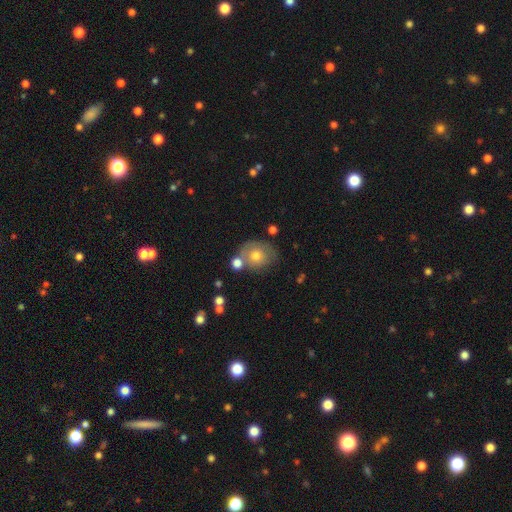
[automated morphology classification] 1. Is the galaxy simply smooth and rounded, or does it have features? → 63% smooth, 28% featured or disk, 9% star or artifact.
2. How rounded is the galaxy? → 69% round, 30% in between, 1% cigar-shaped.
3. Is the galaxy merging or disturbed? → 56% none, 19% minor disturbance, 18% merger, 7% major disturbance.